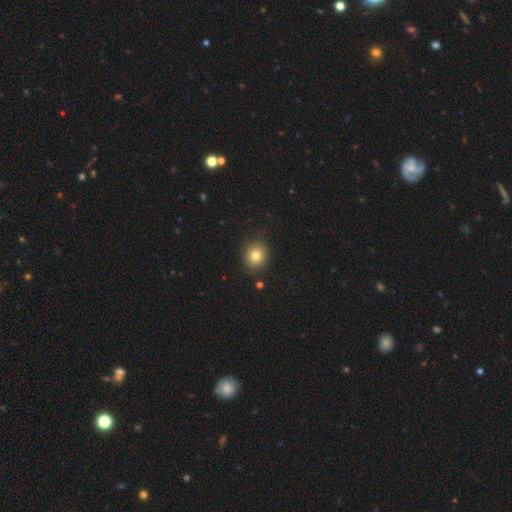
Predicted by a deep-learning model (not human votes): Morphology: type=smooth (80%); roundness=round (76%); merging=none (81%).